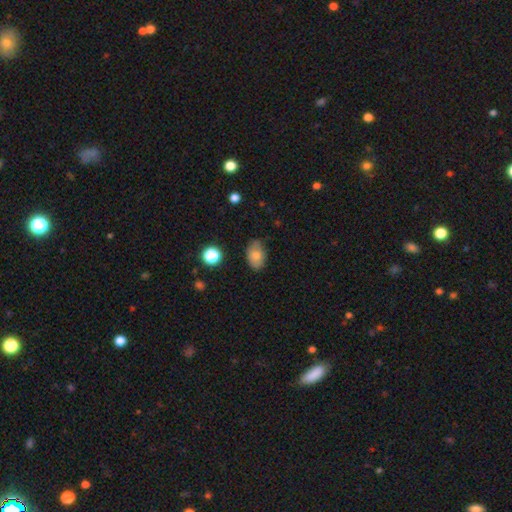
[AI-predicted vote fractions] Morphology: type=smooth (74%); roundness=in between (84%); merging=none (73%).